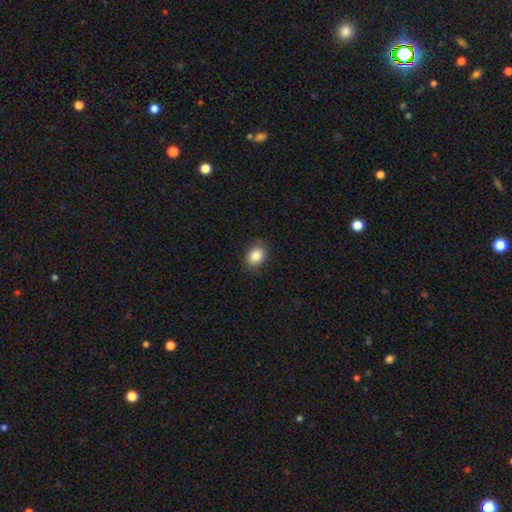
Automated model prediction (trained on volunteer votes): Smooth or featured? Predicted: smooth (p=0.86). How rounded? Predicted: in between (p=0.63). Merging? Predicted: none (p=0.85).